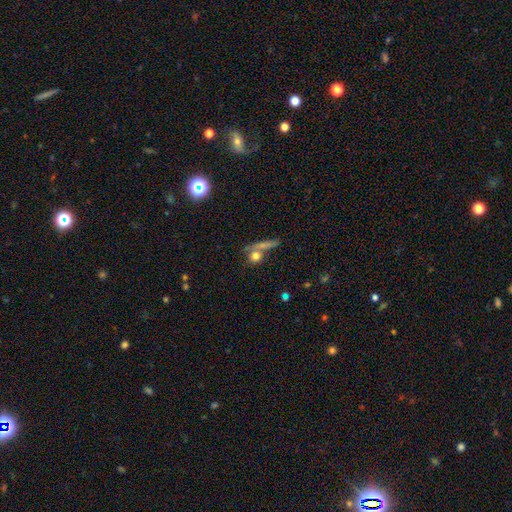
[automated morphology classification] Overall: smooth (71%). How rounded: round (72%). Merging: none (52%; merger 29%).